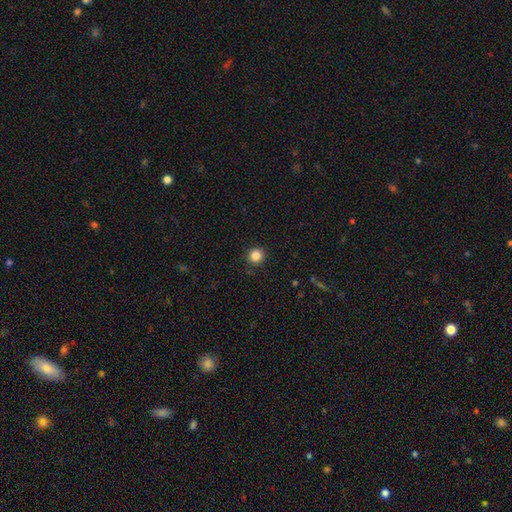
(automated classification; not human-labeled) The model was most divided on "smooth or featured": smooth: 85%, star or artifact: 11%, featured or disk: 4%. More confident: how rounded — round (92%); merging — none (91%).